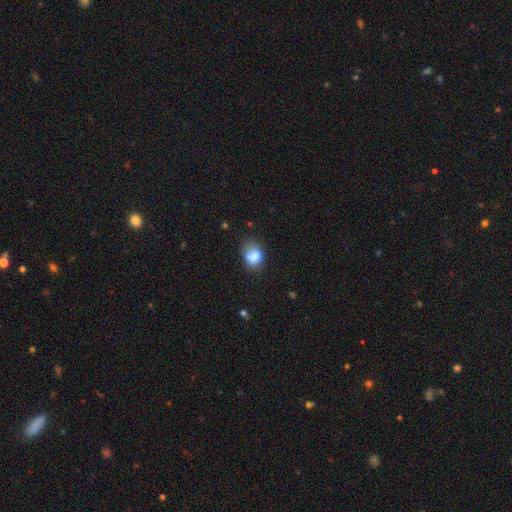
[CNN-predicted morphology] This appears to be a smooth galaxy with no disk features (79%) that is in between round and cigar-shaped (65%). Merging: none (50%).